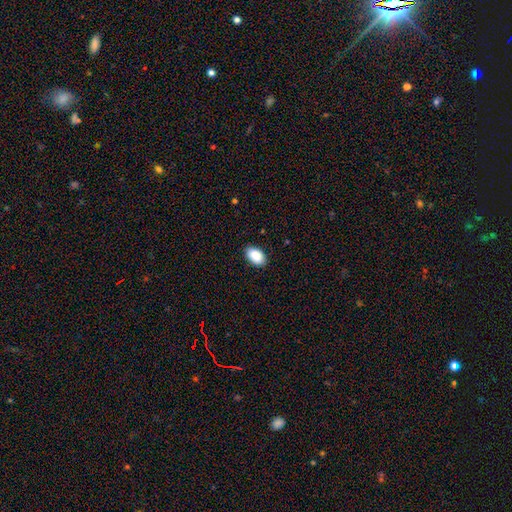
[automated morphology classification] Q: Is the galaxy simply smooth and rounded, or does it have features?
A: smooth — 90%.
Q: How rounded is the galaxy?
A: in between — 92%.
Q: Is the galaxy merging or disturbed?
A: none — 88%.